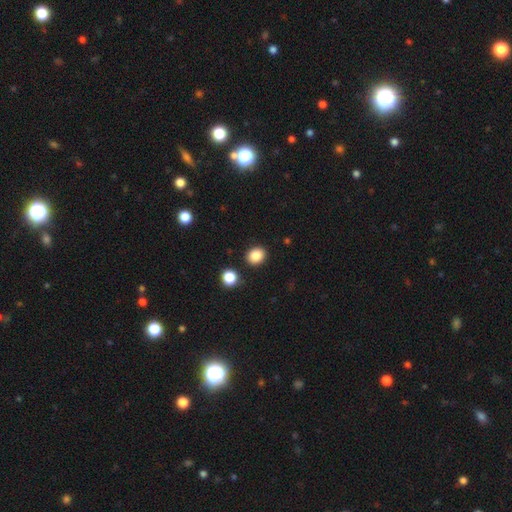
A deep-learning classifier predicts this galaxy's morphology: The model was most divided on "how rounded": round: 69%, in between: 30%, cigar-shaped: 1%. More confident: merging — none (88%); smooth or featured — smooth (86%).